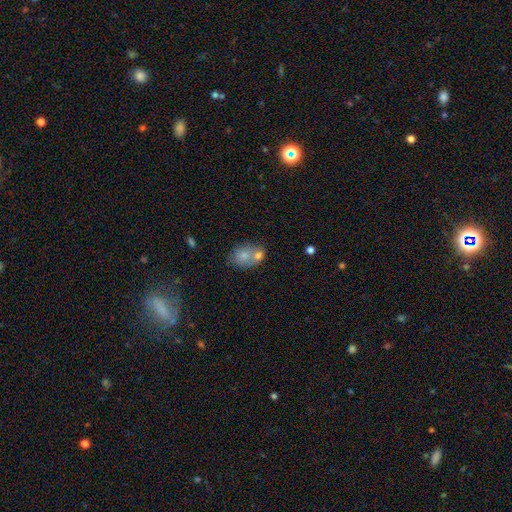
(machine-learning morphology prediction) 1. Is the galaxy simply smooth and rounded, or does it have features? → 73% smooth, 18% featured or disk, 9% star or artifact.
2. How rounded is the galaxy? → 63% in between, 36% round, 1% cigar-shaped.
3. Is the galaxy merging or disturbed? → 50% merger, 34% none, 12% minor disturbance, 4% major disturbance.